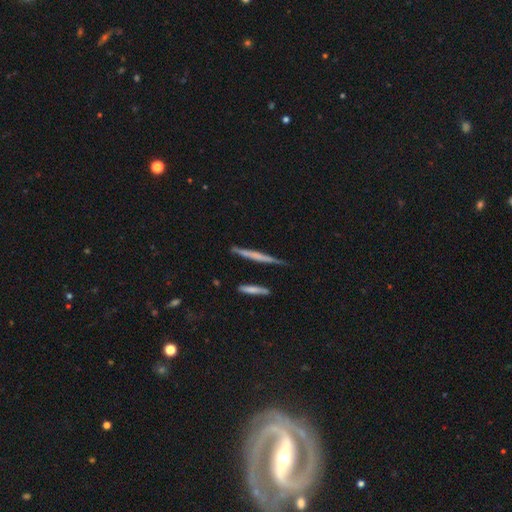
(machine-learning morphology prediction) featured or disk 50%, smooth 43%, star or artifact 7%. Down the decision tree: merging — none (82%).